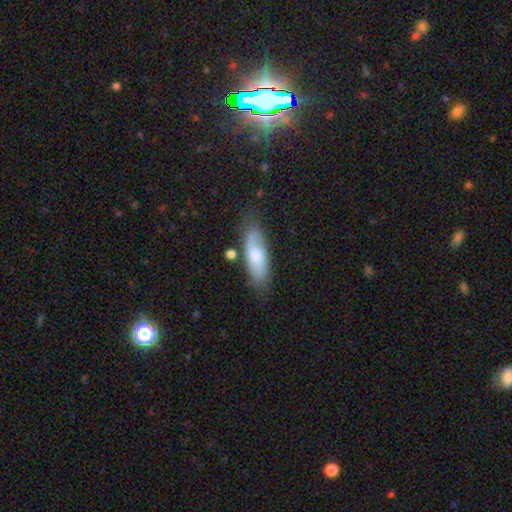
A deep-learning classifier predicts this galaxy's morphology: Q: Smooth or featured?
A: smooth (62%); runner-up: featured or disk (31%)
Q: How rounded?
A: in between (67%); runner-up: cigar-shaped (31%)
Q: Merging?
A: none (67%); runner-up: minor disturbance (21%)